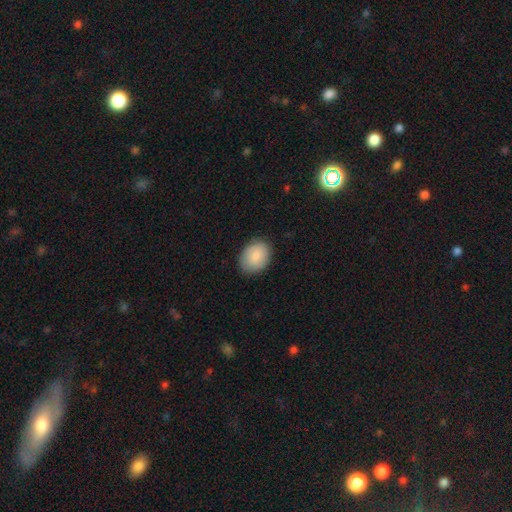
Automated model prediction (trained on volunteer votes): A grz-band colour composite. It shows a smooth galaxy with no disk features (87%) that is in between round and cigar-shaped (71%). Merging: none (85%).